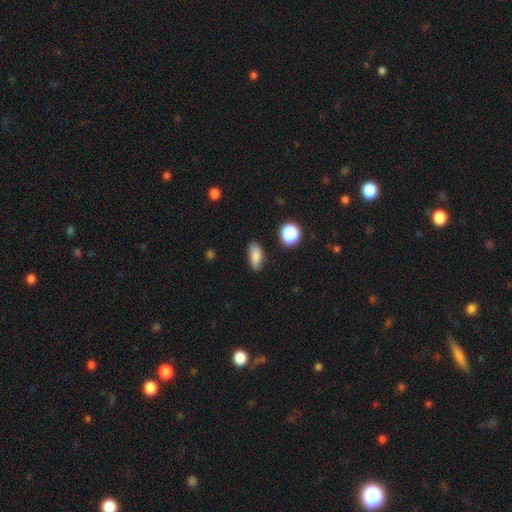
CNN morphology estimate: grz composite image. It shows a smooth galaxy with no disk features (82%) that is in between round and cigar-shaped (82%). Merging: none (81%).